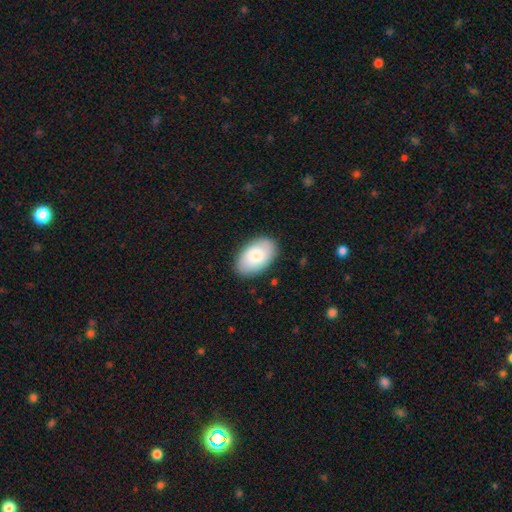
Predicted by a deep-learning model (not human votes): smooth-or-featured: smooth: 76% | featured or disk: 18% | star or artifact: 6%
  how-rounded: in between: 93% | round: 6% | cigar-shaped: 1%
  merging: none: 86% | minor disturbance: 10% | major disturbance: 2% | merger: 1%